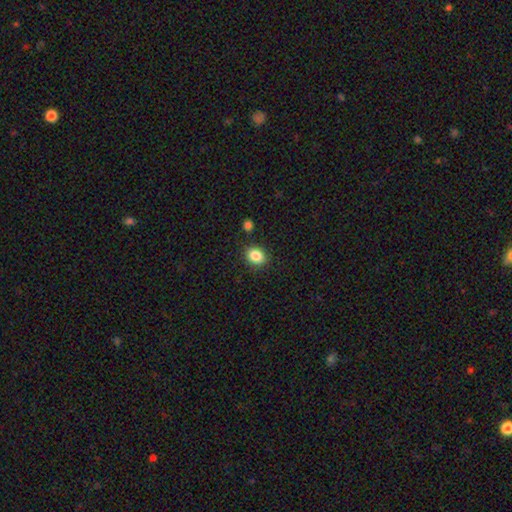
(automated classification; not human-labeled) This is clearly a smooth galaxy (86%). How rounded: possibly in between (52%). Merging: clearly none (86%).